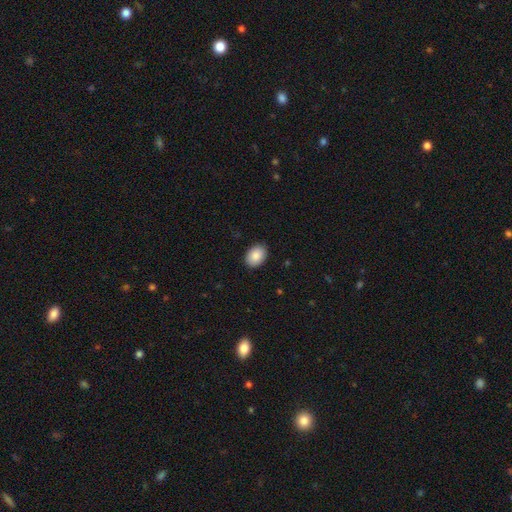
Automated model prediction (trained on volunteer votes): Q: Smooth or featured?
A: smooth (88%); runner-up: star or artifact (7%)
Q: How rounded?
A: in between (78%); runner-up: round (21%)
Q: Merging?
A: none (89%); runner-up: minor disturbance (8%)